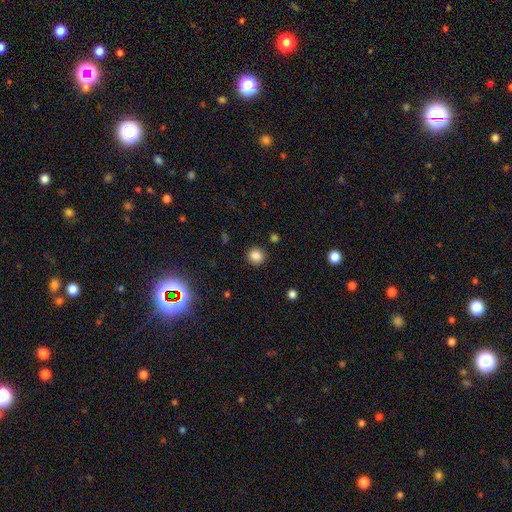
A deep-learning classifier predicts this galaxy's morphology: Q: Smooth or featured?
A: smooth (84%); runner-up: star or artifact (12%)
Q: How rounded?
A: round (90%); runner-up: in between (9%)
Q: Merging?
A: none (90%); runner-up: minor disturbance (6%)